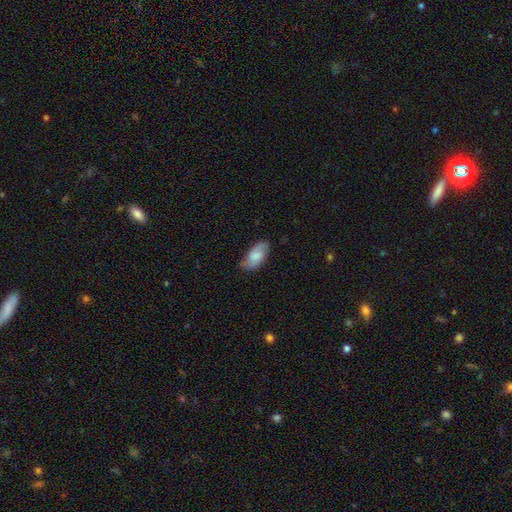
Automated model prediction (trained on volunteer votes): smooth_or_featured: smooth (p=0.68) [alt: featured or disk p=0.25]
how_rounded: in between (p=0.92) [alt: cigar-shaped p=0.05]
merging: none (p=0.67) [alt: minor disturbance p=0.26]